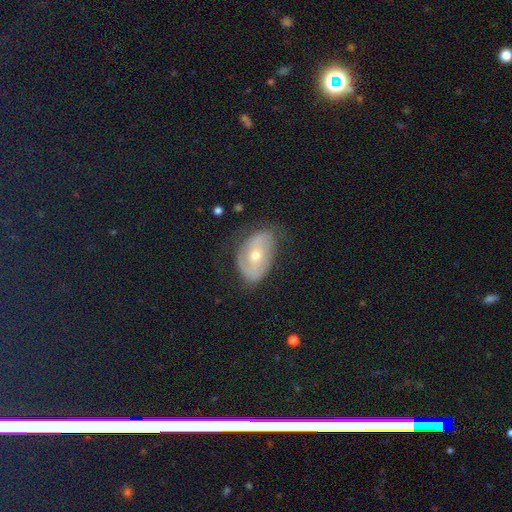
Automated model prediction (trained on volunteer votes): The model was most divided on "bar": no: 56%, weak: 30%, strong: 14%. More confident: edge-on disk — no (93%); spiral arms — yes (66%); bulge size — moderate (63%); merging — none (62%); smooth or featured — featured or disk (61%).